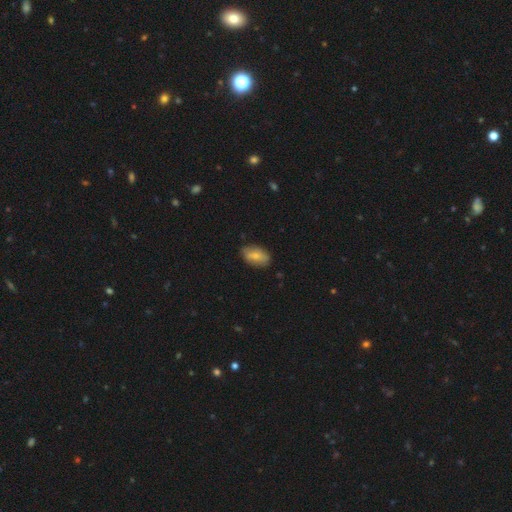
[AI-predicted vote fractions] Overall: smooth (72%). How rounded: in between (90%). Merging: none (76%).